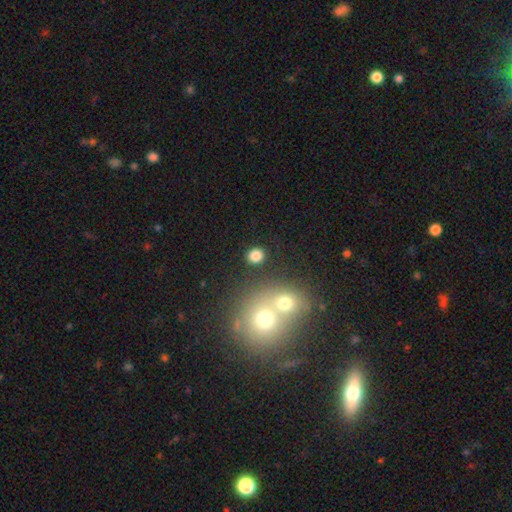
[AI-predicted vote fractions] Smooth or featured? smooth (82%)
How rounded? round (80%)
Merging? none (85%)